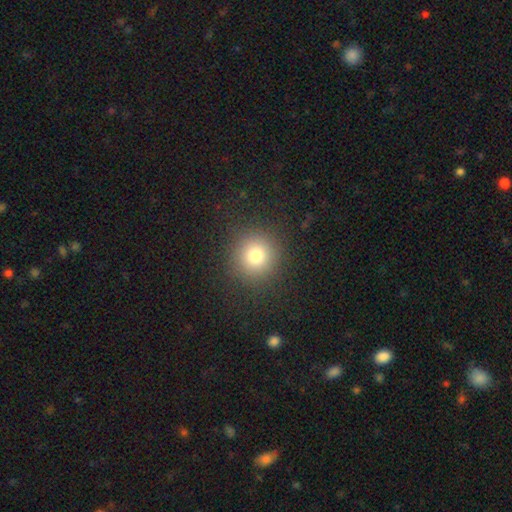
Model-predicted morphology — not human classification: Smooth or featured?
  - smooth: 79% *
  - star or artifact: 14%
  - featured or disk: 7%
How rounded?
  - round: 92% *
  - in between: 7%
  - cigar-shaped: 1%
Merging?
  - none: 89% *
  - minor disturbance: 7%
  - major disturbance: 3%
  - merger: 1%